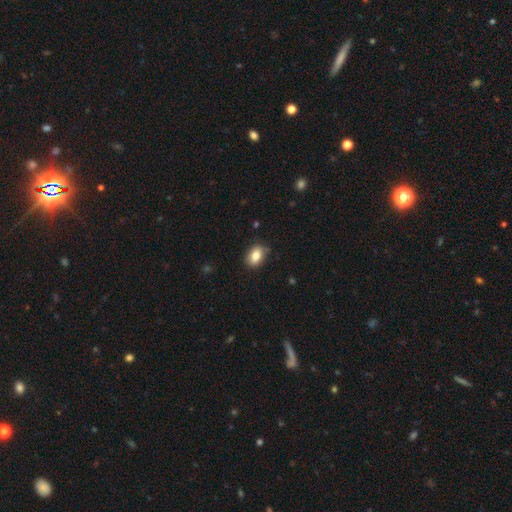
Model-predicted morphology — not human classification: Overall: smooth (84%). How rounded: in between (79%). Merging: none (84%).